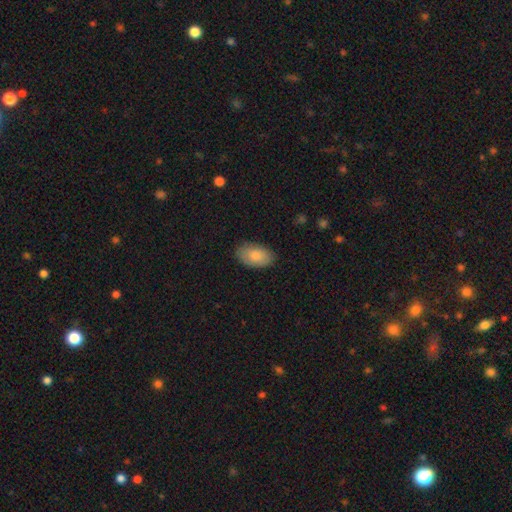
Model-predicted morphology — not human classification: This is clearly a smooth galaxy (84%). How rounded: clearly in between (94%). Merging: clearly none (83%).